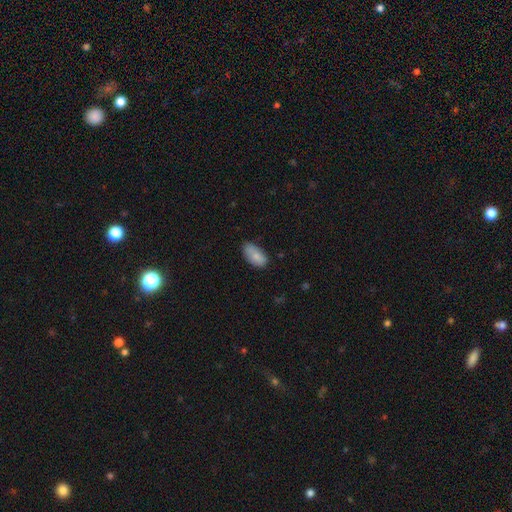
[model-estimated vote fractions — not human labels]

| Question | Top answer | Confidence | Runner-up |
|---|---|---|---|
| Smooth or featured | smooth | 82% | featured or disk (11%) |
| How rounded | in between | 94% | round (4%) |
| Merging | none | 65% | minor disturbance (27%) |